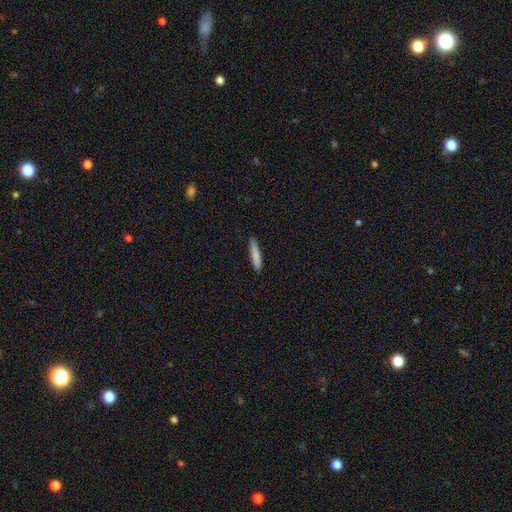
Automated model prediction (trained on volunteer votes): Q: Smooth or featured?
A: smooth (84%); runner-up: featured or disk (11%)
Q: How rounded?
A: cigar-shaped (89%); runner-up: in between (10%)
Q: Merging?
A: none (89%); runner-up: minor disturbance (8%)